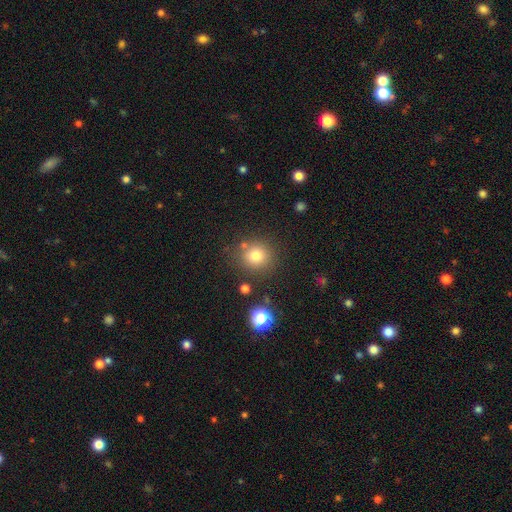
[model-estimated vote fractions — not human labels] Smooth or featured?
  - smooth: 77% *
  - star or artifact: 15%
  - featured or disk: 8%
How rounded?
  - round: 91% *
  - in between: 8%
  - cigar-shaped: 1%
Merging?
  - none: 81% *
  - minor disturbance: 9%
  - merger: 6%
  - major disturbance: 3%